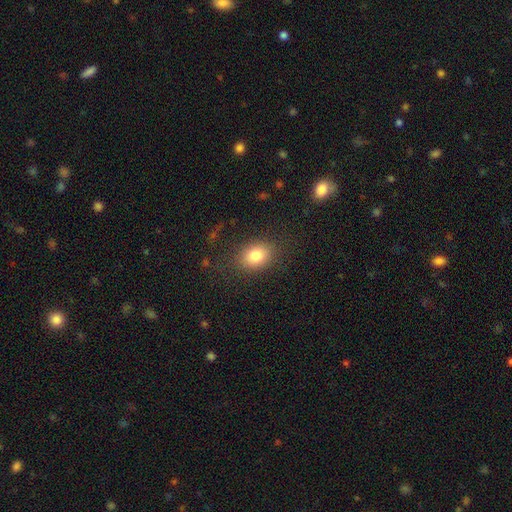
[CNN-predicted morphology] type=smooth (80%); roundness=in between (68%); merging=none (81%).